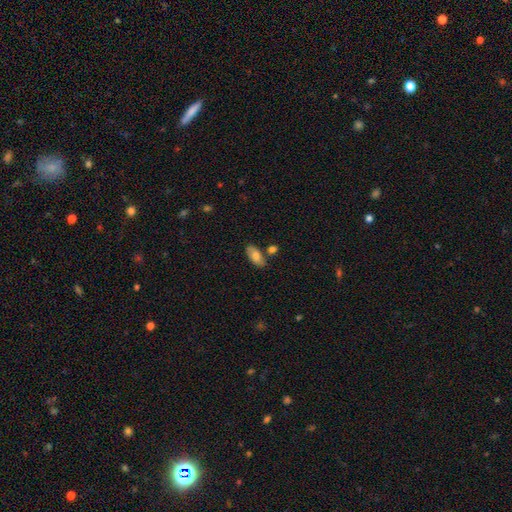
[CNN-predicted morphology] smooth 74%, featured or disk 19%, star or artifact 7%. Down the decision tree: how rounded — in between (90%); merging — none (73%).